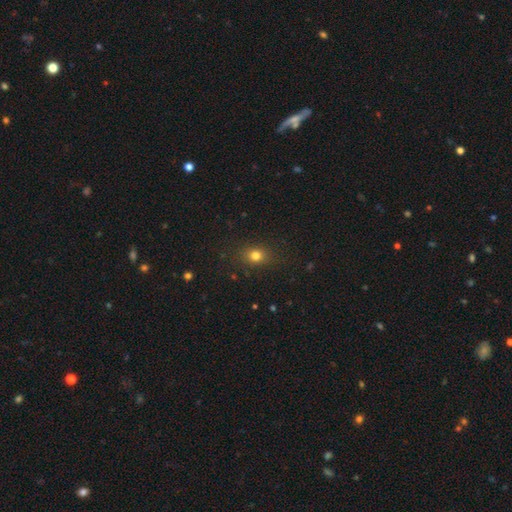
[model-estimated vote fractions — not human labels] A smooth galaxy with no disk features (78%) that is round (54%). Merging: none (86%).